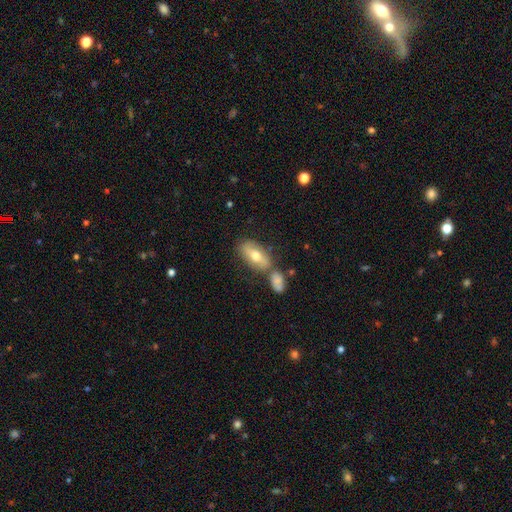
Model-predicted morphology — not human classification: The model was most divided on "smooth or featured": smooth: 58%, featured or disk: 35%, star or artifact: 7%. More confident: how rounded — in between (86%); merging — none (59%).